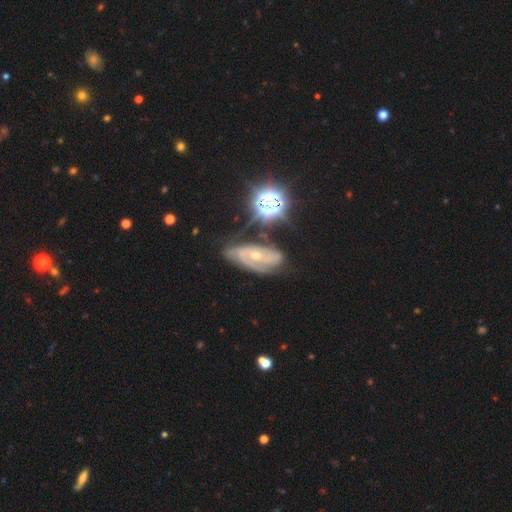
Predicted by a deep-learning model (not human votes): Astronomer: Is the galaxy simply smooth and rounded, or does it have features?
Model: featured or disk — 77%.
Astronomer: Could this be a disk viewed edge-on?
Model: no — 94%.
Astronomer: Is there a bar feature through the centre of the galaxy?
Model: no — 56% (runner-up: weak, 32%).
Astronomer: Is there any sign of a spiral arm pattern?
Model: yes — 93%.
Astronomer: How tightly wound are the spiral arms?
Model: tight — 54% (runner-up: medium, 37%).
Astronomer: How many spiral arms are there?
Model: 2 — 50%.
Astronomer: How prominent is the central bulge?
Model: small — 56% (runner-up: moderate, 40%).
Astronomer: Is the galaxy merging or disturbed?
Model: none — 60%.